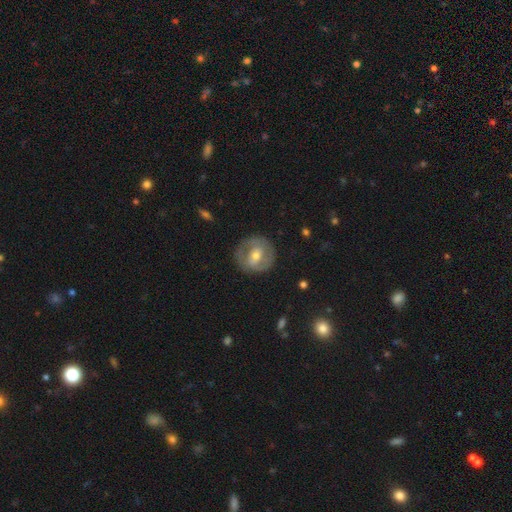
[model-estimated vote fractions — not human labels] Smooth or featured? featured or disk (60%)
Edge-on disk? no (95%)
Bar? weak (41%)
Spiral arms? no (56%)
Bulge size? moderate (59%)
Merging? none (80%)